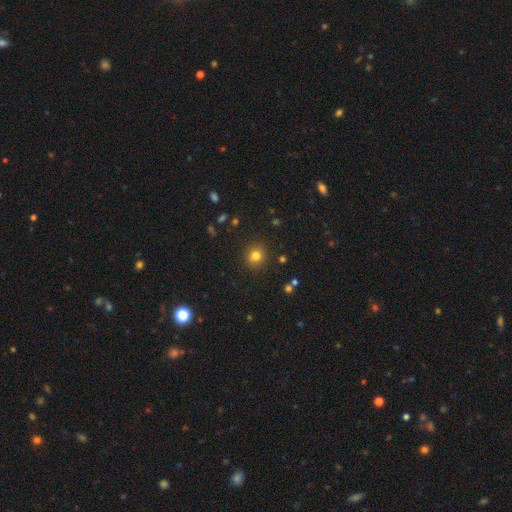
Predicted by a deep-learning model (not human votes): Morphology: type=smooth (79%); roundness=round (84%); merging=none (88%).